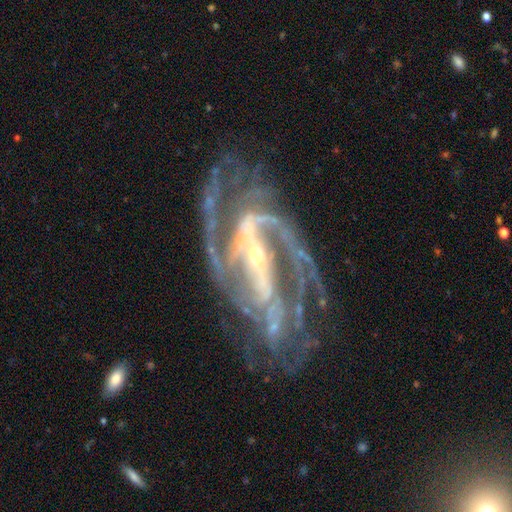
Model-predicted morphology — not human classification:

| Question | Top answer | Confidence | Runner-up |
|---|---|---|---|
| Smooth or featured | featured or disk | 92% | star or artifact (6%) |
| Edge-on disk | no | 96% | yes (4%) |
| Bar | strong | 69% | weak (21%) |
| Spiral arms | yes | 98% | no (2%) |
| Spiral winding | medium | 48% | tight (37%) |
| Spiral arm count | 2 | 51% | 3 (18%) |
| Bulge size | small | 70% | moderate (24%) |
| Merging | none | 64% | minor disturbance (18%) |